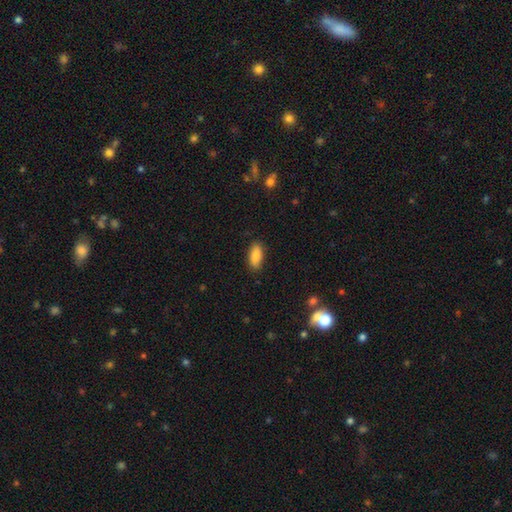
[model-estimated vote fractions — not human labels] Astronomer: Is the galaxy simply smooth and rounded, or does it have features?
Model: smooth — 87%.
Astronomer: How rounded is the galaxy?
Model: in between — 83%.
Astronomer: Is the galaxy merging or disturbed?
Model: none — 86%.